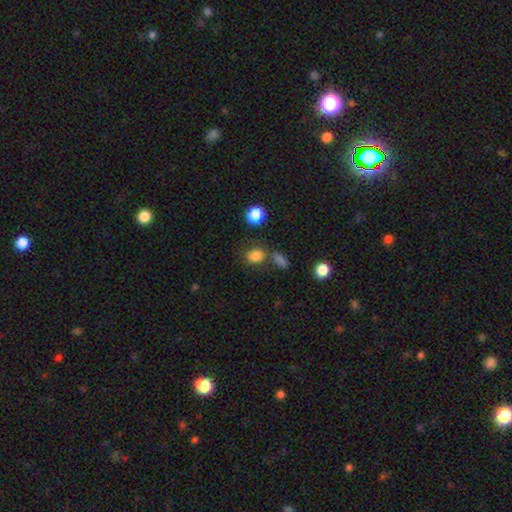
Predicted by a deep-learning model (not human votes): This appears to be a smooth galaxy with no disk features (81%) that is in between round and cigar-shaped (57%). Merging: none (62%).